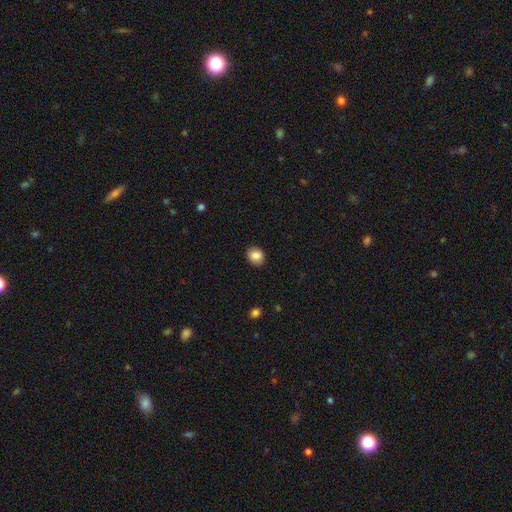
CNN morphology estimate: smooth-or-featured: smooth: 86% | star or artifact: 8% | featured or disk: 5%
  how-rounded: round: 62% | in between: 37% | cigar-shaped: 1%
  merging: none: 89% | minor disturbance: 8% | major disturbance: 2% | merger: 1%